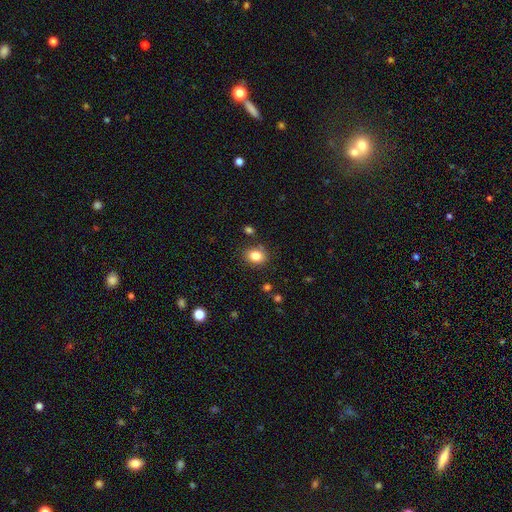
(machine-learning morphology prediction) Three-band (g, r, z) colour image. It shows a smooth galaxy with no disk features (83%) that is round (54%). Merging: none (82%).